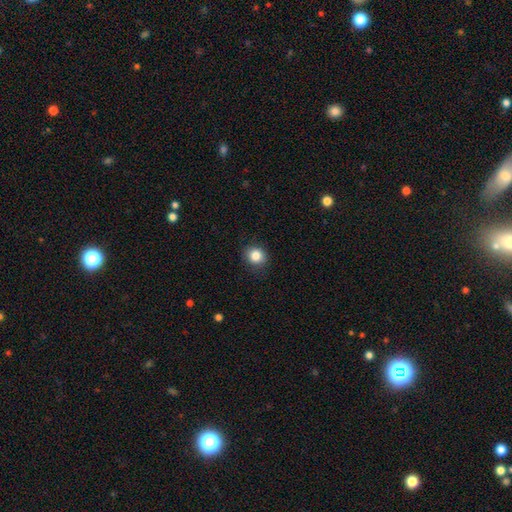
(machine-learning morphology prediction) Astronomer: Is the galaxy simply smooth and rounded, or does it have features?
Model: smooth — 84%.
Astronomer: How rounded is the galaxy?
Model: round — 80%.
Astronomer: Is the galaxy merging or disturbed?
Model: none — 86%.